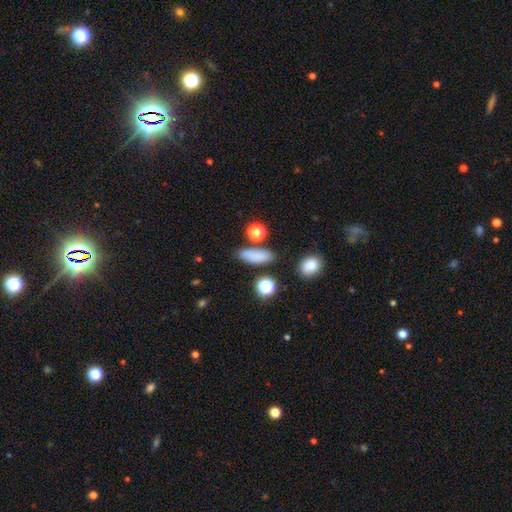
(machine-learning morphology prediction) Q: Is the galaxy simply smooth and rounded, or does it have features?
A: smooth — 80%.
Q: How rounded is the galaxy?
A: in between — 60%.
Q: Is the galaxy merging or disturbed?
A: none — 77%.